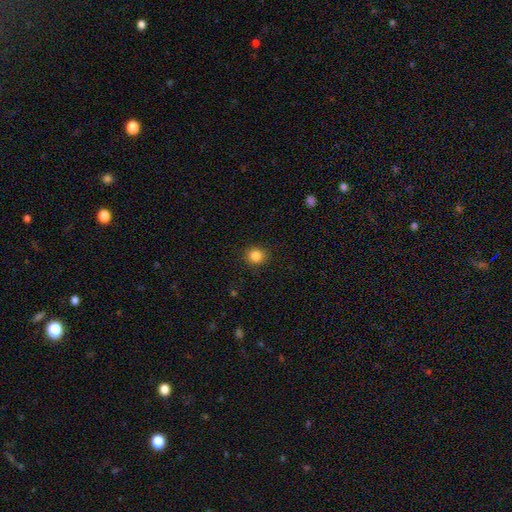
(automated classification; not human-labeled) smooth-or-featured: smooth: 85% | star or artifact: 11% | featured or disk: 4%
  how-rounded: round: 87% | in between: 12% | cigar-shaped: 1%
  merging: none: 90% | minor disturbance: 7% | major disturbance: 2% | merger: 1%